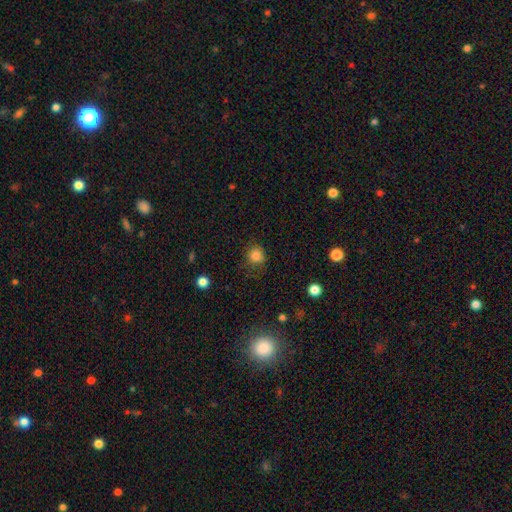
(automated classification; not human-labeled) This is clearly a smooth galaxy (83%). How rounded: clearly round (89%). Merging: clearly none (83%).